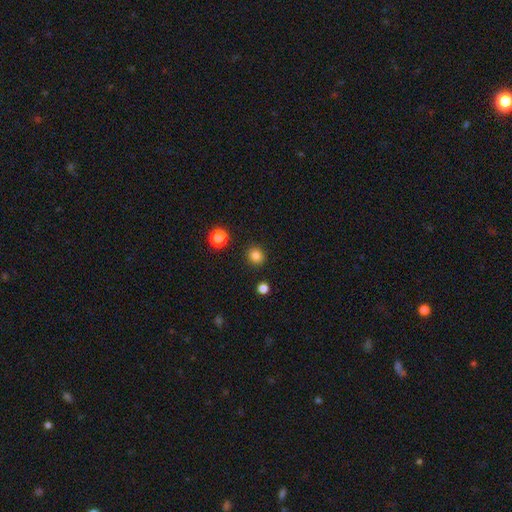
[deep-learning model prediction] This appears to be a smooth galaxy with no disk features (83%) that is round (86%). Merging: none (90%).